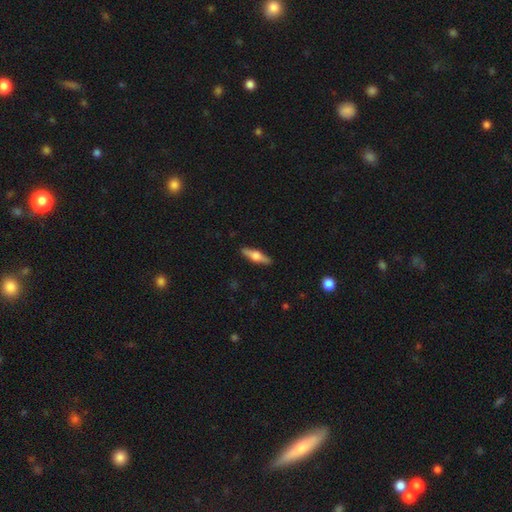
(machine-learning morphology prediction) smooth-or-featured: featured or disk: 55% | smooth: 40% | star or artifact: 6%
  disk-edge-on: yes: 94% | no: 6%
    edge-on-bulge: rounded: 93% | boxy: 5% | none: 2%
  merging: none: 90% | minor disturbance: 7% | major disturbance: 2% | merger: 1%